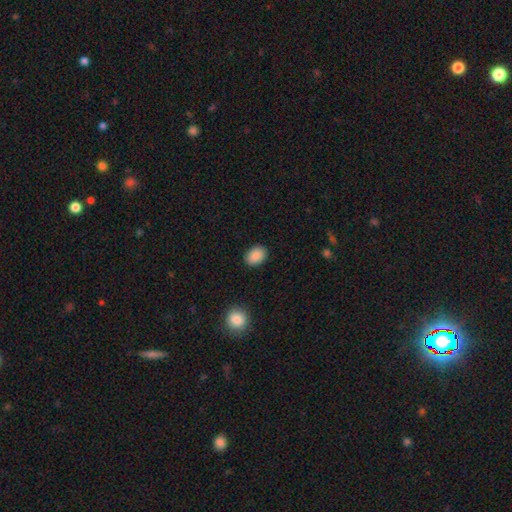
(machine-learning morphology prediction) Smooth or featured? Predicted: smooth (p=0.89). How rounded? Predicted: in between (p=0.75). Merging? Predicted: none (p=0.89).